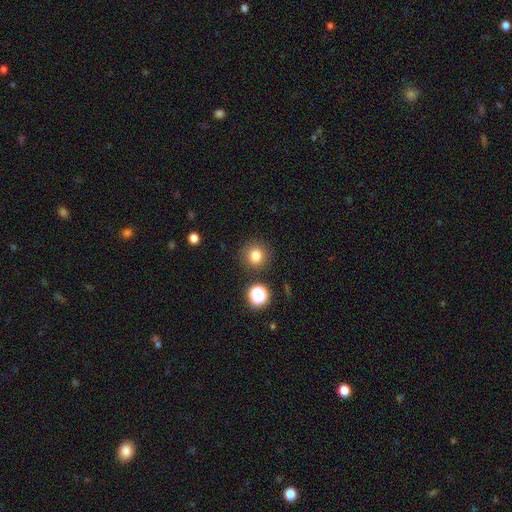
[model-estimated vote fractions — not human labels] Morphology: type=smooth (80%); roundness=round (92%); merging=none (87%).